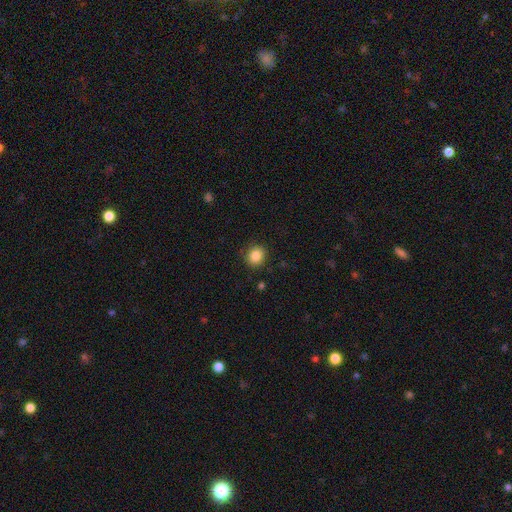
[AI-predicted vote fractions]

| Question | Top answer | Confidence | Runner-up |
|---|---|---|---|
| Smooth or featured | smooth | 86% | star or artifact (10%) |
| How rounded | round | 85% | in between (14%) |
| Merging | none | 89% | minor disturbance (8%) |